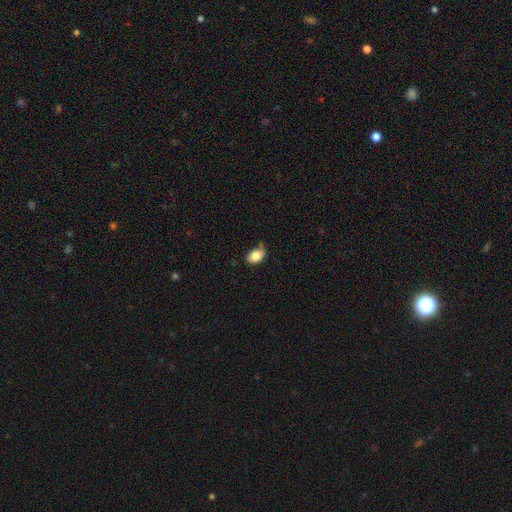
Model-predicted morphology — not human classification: smooth 85%, featured or disk 8%, star or artifact 8%. Down the decision tree: how rounded — in between (83%); merging — none (57%).